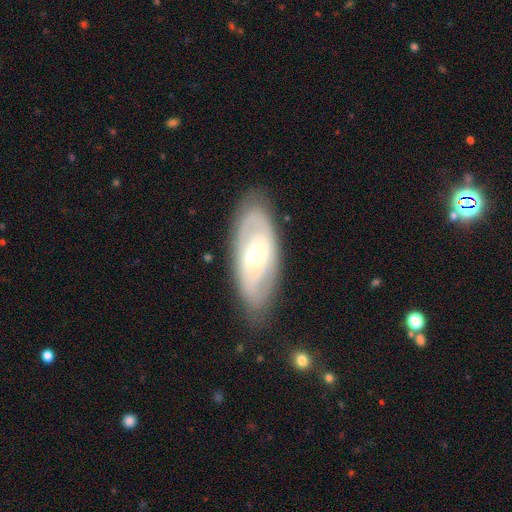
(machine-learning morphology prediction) A featured or disk galaxy (68%) with no bar (66%), spiral arms (52%) and a moderate central bulge (63%). Merging: none (81%).